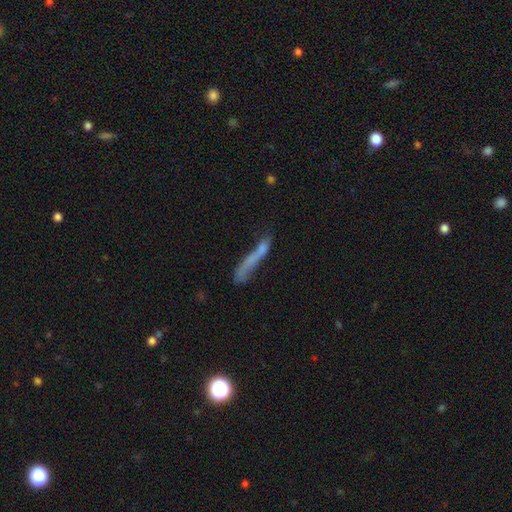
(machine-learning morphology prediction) A smooth galaxy with no disk features (53%) that is cigar-shaped (91%).

Vote fractions:
- Smooth or featured? smooth: 53% / featured or disk: 35% / star or artifact: 12%
- How rounded? cigar-shaped: 91% / in between: 7% / round: 2%
- Merging? none: 45% / minor disturbance: 23% / major disturbance: 18% / merger: 14%